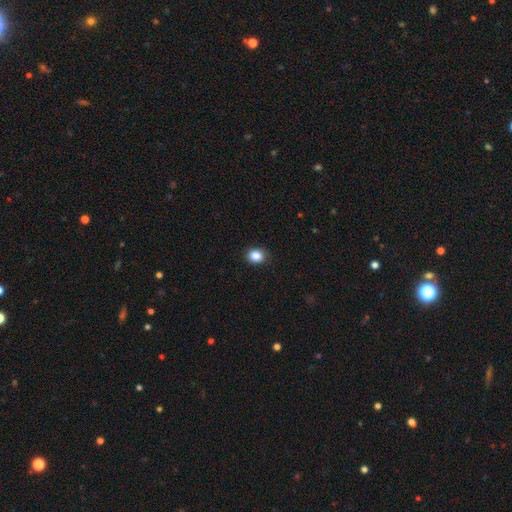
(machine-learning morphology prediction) type=smooth (88%); roundness=round (57%); merging=none (88%).